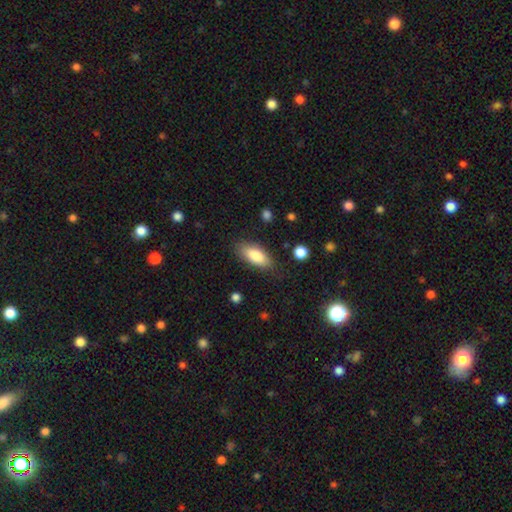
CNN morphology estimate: Overall: smooth (83%). How rounded: in between (82%). Merging: none (82%).